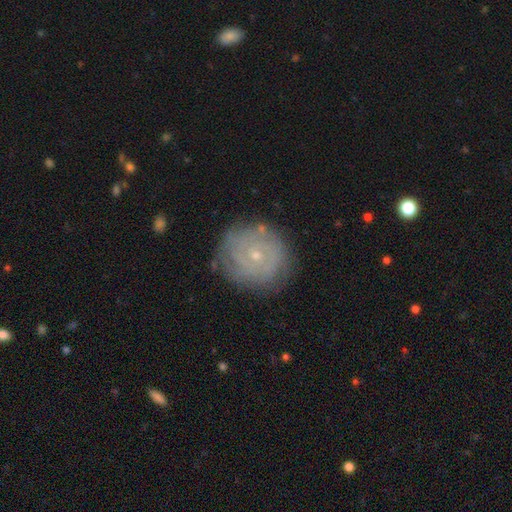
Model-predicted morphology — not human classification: Q: Smooth or featured?
A: featured or disk (65%); runner-up: smooth (26%)
Q: Edge-on disk?
A: no (97%); runner-up: yes (3%)
Q: Bar?
A: no (81%); runner-up: weak (16%)
Q: Spiral arms?
A: yes (78%); runner-up: no (22%)
Q: Bulge size?
A: small (80%); runner-up: moderate (16%)
Q: Merging?
A: none (80%); runner-up: minor disturbance (14%)